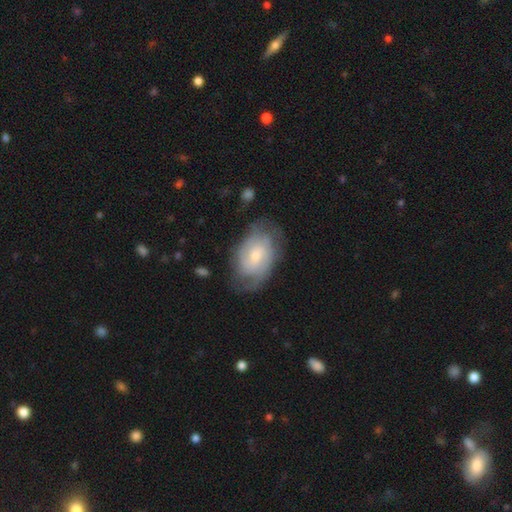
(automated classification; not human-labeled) Smooth or featured?
  - featured or disk: 65% *
  - smooth: 29%
  - star or artifact: 6%
Edge-on disk?
  - no: 96% *
  - yes: 4%
Bar?
  - no: 59% *
  - weak: 36%
  - strong: 5%
Spiral arms?
  - yes: 87% *
  - no: 13%
Spiral winding?
  - tight: 52% *
  - medium: 36%
  - loose: 13%
Spiral arm count?
  - can't tell: 41% *
  - 2: 37%
  - 3: 11%
  - 1: 5%
  - 4: 4%
  - more than 4: 3%
Bulge size?
  - small: 51% *
  - moderate: 40%
  - large: 4%
  - none: 3%
  - dominant: 1%
Merging?
  - none: 67% *
  - minor disturbance: 22%
  - major disturbance: 10%
  - merger: 2%